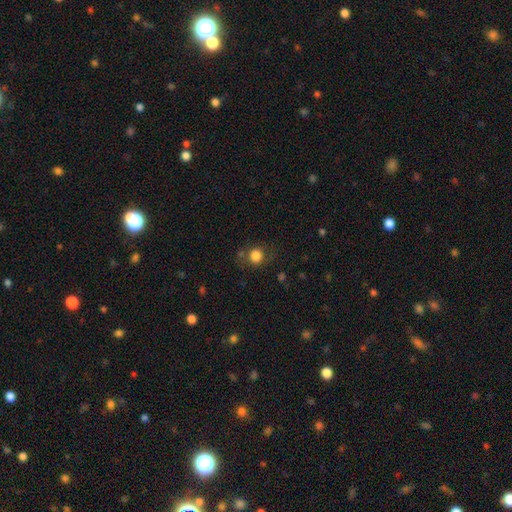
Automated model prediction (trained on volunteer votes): smooth-or-featured: smooth: 82% | star or artifact: 11% | featured or disk: 7%
  how-rounded: round: 84% | in between: 15% | cigar-shaped: 1%
  merging: none: 74% | minor disturbance: 15% | major disturbance: 7% | merger: 5%